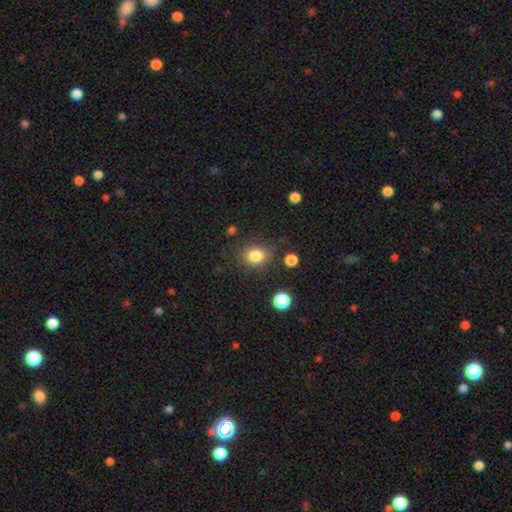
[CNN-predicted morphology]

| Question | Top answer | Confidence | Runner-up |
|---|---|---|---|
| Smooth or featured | smooth | 82% | star or artifact (11%) |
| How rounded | round | 66% | in between (33%) |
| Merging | none | 79% | minor disturbance (13%) |